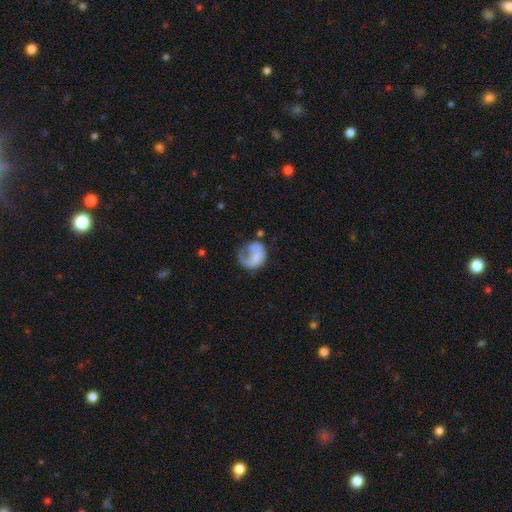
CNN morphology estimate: smooth 49%, featured or disk 43%, star or artifact 8%. Down the decision tree: merging — major disturbance (44%).